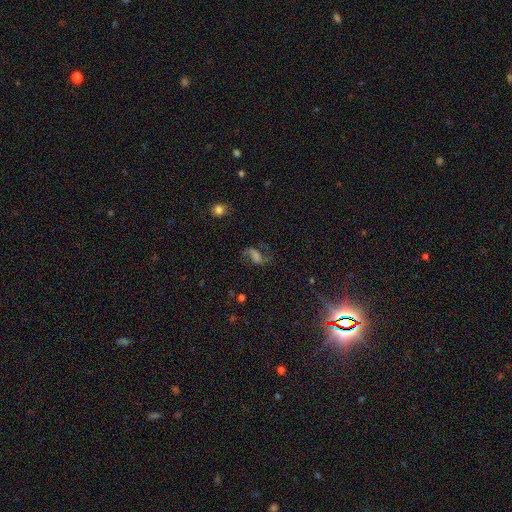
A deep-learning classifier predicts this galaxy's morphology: smooth_or_featured: featured or disk (p=0.60) [alt: star or artifact p=0.21]
disk_edge_on: no (p=0.95) [alt: yes p=0.05]
bar: weak (p=0.40) [alt: no p=0.33]
has_spiral_arms: yes (p=0.88) [alt: no p=0.12]
spiral_winding: loose (p=0.71) [alt: medium p=0.23]
spiral_arm_count: 2 (p=0.87) [alt: 1 p=0.05]
bulge_size: none (p=0.40) [alt: small p=0.21]
merging: none (p=0.63) [alt: major disturbance p=0.18]